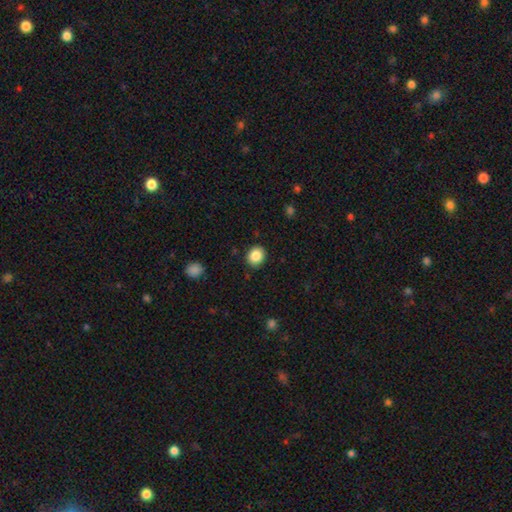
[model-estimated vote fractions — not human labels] Smooth or featured? Predicted: smooth (p=0.87). How rounded? Predicted: round (p=0.73). Merging? Predicted: none (p=0.89).